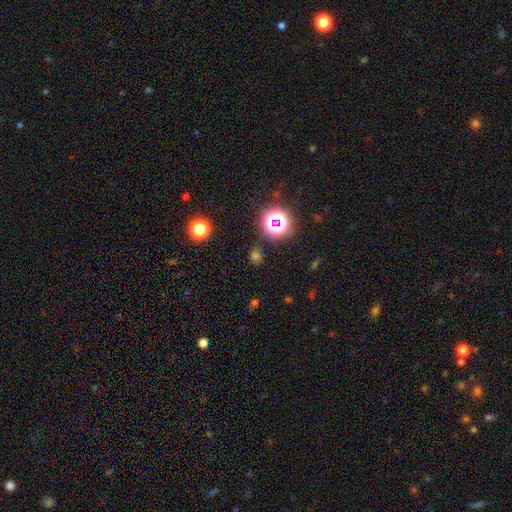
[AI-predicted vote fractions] This appears to be a smooth galaxy with no disk features (53%) that is round (73%). Merging: none (82%).